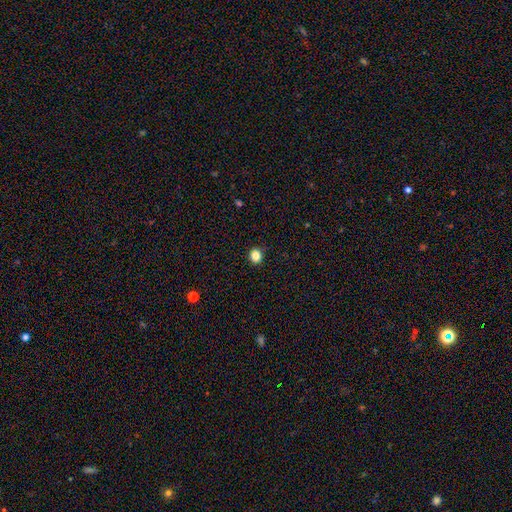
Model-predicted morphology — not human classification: Smooth or featured? Predicted: smooth (p=0.85). How rounded? Predicted: round (p=0.84). Merging? Predicted: none (p=0.91).